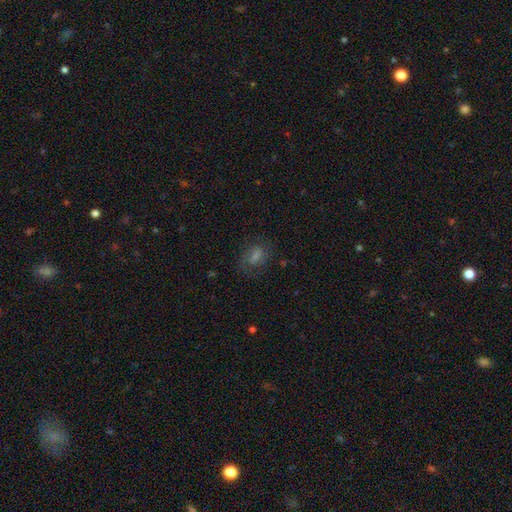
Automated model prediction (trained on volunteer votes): The model was most divided on "smooth or featured": smooth: 44%, featured or disk: 31%, star or artifact: 25%. More confident: merging — none (70%).